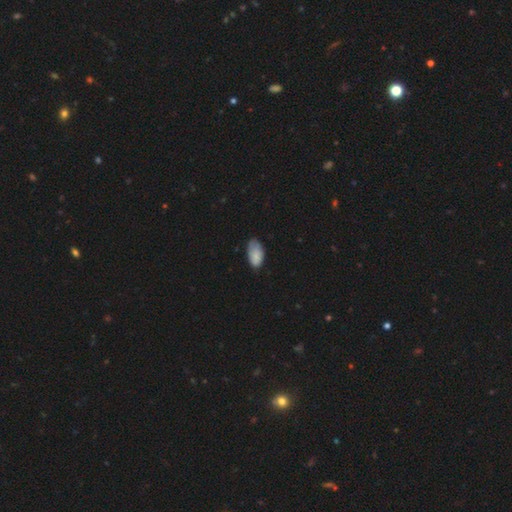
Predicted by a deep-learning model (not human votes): smooth_or_featured: smooth (p=0.82) [alt: featured or disk p=0.11]
how_rounded: in between (p=0.94) [alt: round p=0.03]
merging: none (p=0.52) [alt: minor disturbance p=0.38]